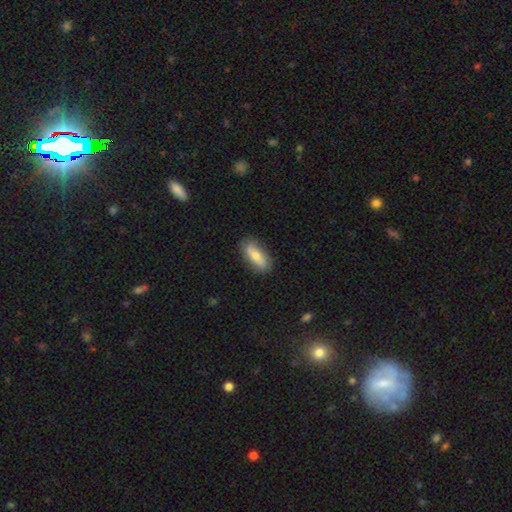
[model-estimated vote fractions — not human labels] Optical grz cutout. It shows a smooth galaxy with no disk features (71%) that is in between round and cigar-shaped (74%). Merging: none (83%).